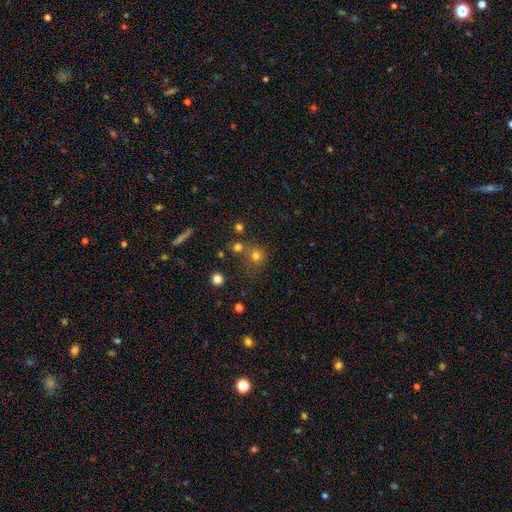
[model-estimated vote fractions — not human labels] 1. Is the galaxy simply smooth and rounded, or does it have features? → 71% smooth, 19% star or artifact, 10% featured or disk.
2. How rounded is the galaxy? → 87% round, 12% in between, 1% cigar-shaped.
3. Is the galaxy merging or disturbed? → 57% none, 27% merger, 10% minor disturbance, 5% major disturbance.